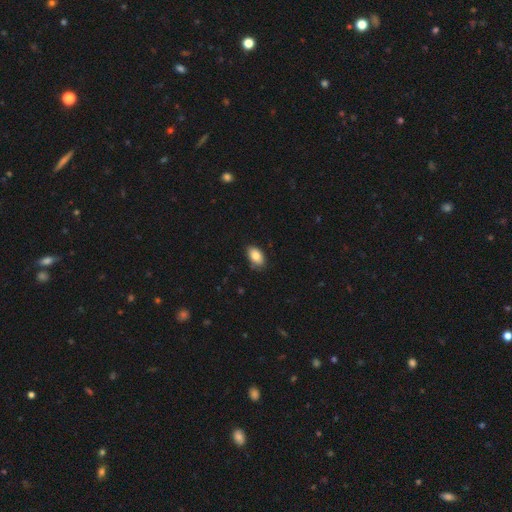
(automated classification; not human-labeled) This is clearly a smooth galaxy (84%). How rounded: clearly in between (92%). Merging: clearly none (80%).